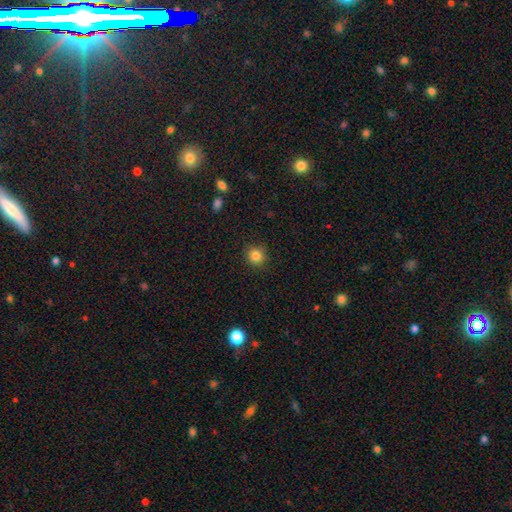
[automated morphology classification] smooth_or_featured: smooth (p=0.84) [alt: star or artifact p=0.12]
how_rounded: round (p=0.90) [alt: in between p=0.09]
merging: none (p=0.88) [alt: minor disturbance p=0.09]